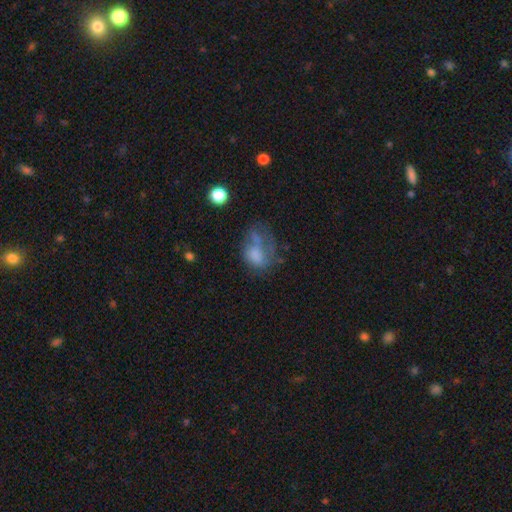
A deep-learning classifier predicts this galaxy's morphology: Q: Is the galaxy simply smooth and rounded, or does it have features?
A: smooth — 54%.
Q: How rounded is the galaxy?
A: in between — 76%.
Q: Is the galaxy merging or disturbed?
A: major disturbance — 40%.